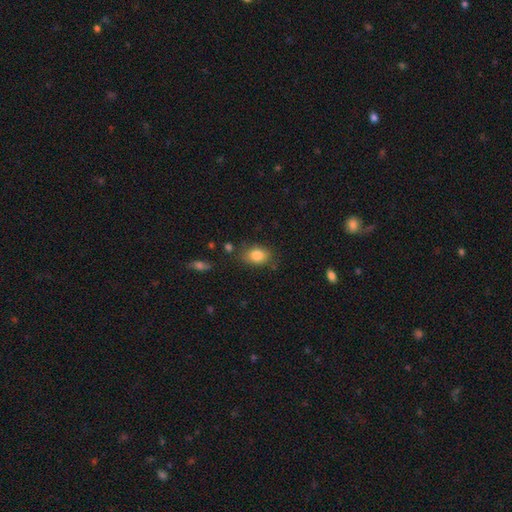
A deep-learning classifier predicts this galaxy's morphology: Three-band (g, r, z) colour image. It shows a smooth galaxy with no disk features (84%) that is in between round and cigar-shaped (78%). Merging: none (75%).